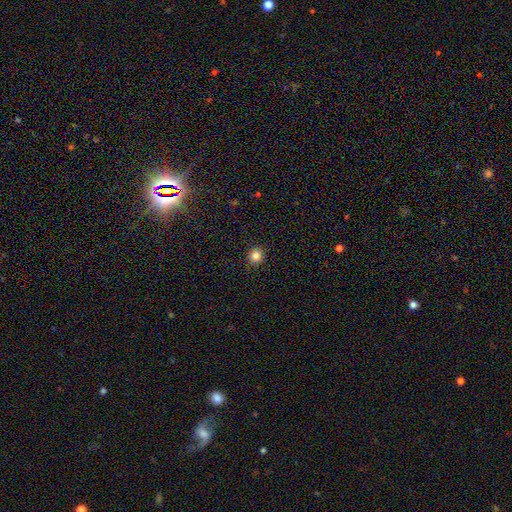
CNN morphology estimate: A smooth galaxy with no disk features (83%) that is round (89%). Merging: none (92%).